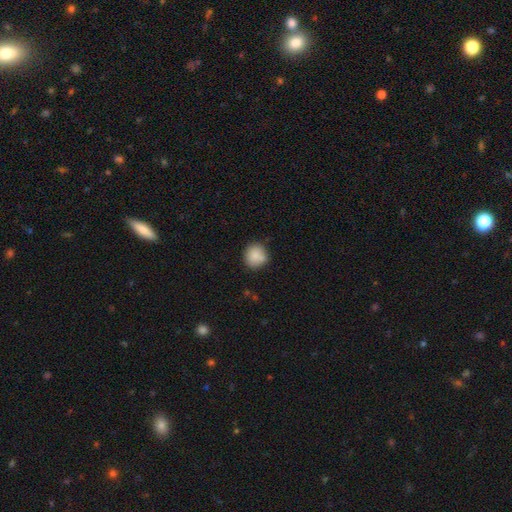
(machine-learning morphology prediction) A smooth galaxy with no disk features (85%) that is round (85%). Merging: none (72%).